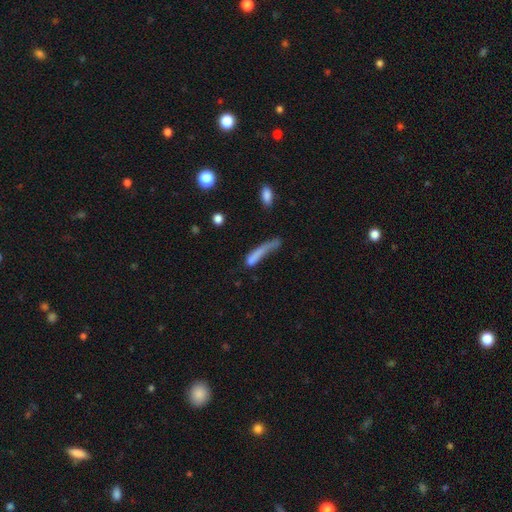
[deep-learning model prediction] smooth_or_featured: smooth (p=0.68) [alt: featured or disk p=0.22]
how_rounded: cigar-shaped (p=0.81) [alt: in between p=0.15]
merging: major disturbance (p=0.38) [alt: none p=0.30]